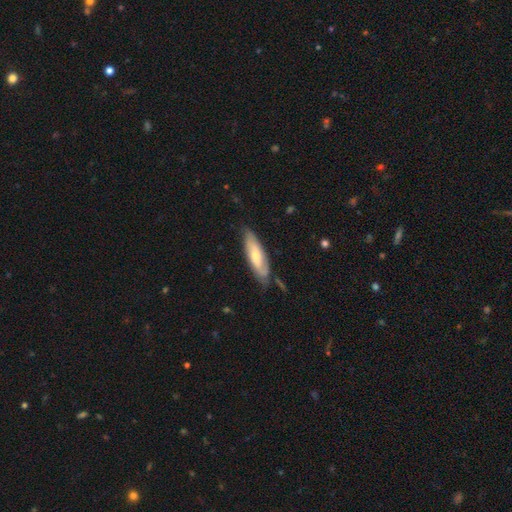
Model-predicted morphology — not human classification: Smooth or featured?
  - smooth: 49% *
  - featured or disk: 45%
  - star or artifact: 6%
Merging?
  - none: 67% *
  - minor disturbance: 24%
  - major disturbance: 6%
  - merger: 3%